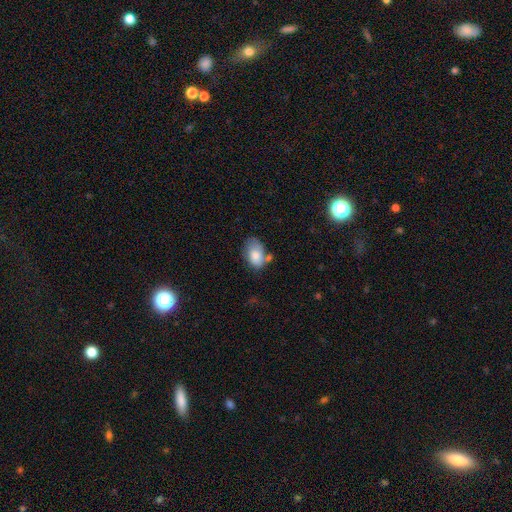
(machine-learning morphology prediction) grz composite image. It shows a smooth galaxy with no disk features (78%) that is in between round and cigar-shaped (89%). Merging: none (44%).